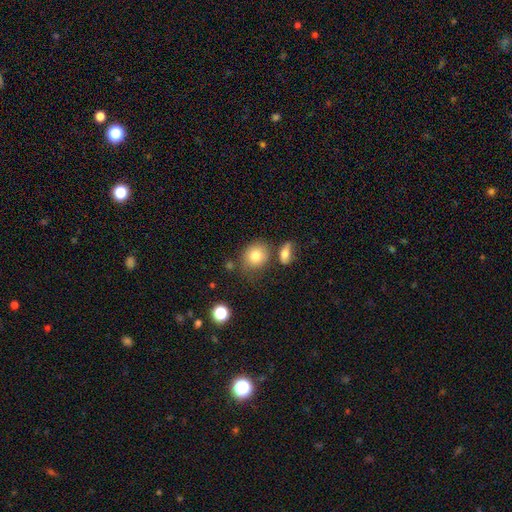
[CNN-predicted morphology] This appears to be a smooth galaxy with no disk features (80%) that is round (68%). Merging: none (66%).